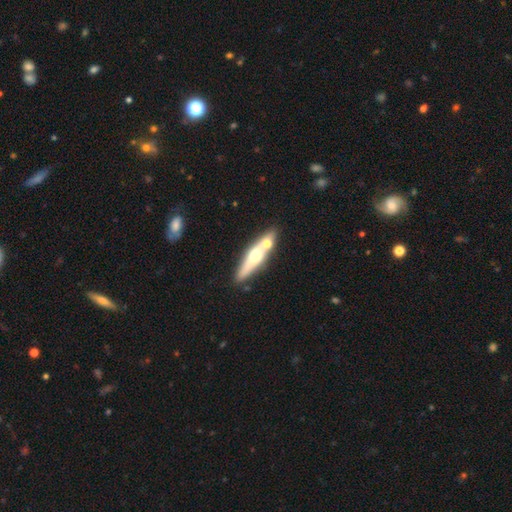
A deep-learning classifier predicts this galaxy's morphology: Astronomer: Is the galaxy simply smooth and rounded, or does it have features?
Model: featured or disk — 52% (runner-up: smooth, 42%).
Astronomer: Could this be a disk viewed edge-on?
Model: yes — 82%.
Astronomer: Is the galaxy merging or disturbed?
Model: none — 62%.